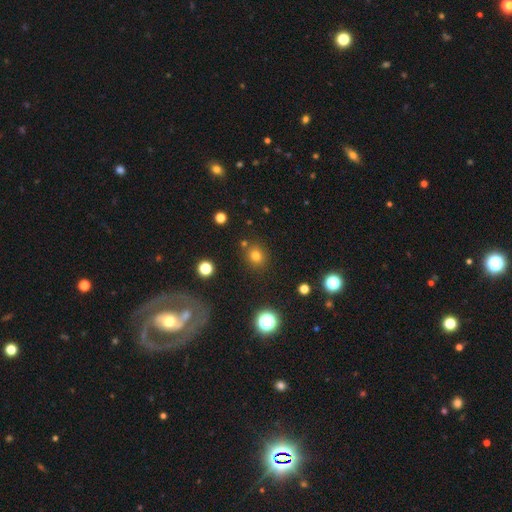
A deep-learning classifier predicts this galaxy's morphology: type=smooth (74%); roundness=round (76%); merging=none (81%).